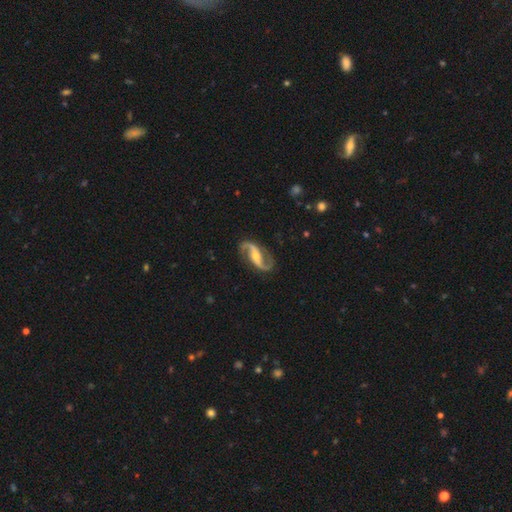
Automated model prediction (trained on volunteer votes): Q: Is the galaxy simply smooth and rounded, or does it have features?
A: featured or disk — 92%.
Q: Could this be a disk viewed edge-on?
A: no — 97%.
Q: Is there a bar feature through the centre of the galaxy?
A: strong — 40%.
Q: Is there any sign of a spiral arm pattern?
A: yes — 98%.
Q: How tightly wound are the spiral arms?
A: loose — 48%.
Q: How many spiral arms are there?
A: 2 — 94%.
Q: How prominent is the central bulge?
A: moderate — 49%.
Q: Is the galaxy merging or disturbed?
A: none — 84%.